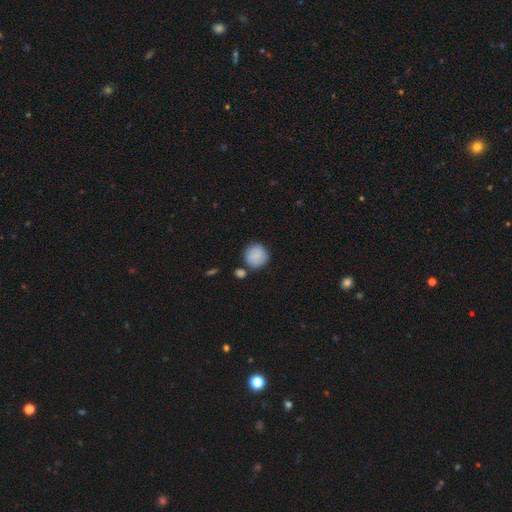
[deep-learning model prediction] A smooth galaxy with no disk features (86%) that is round (91%).

Vote fractions:
- Smooth or featured? smooth: 86% / star or artifact: 7% / featured or disk: 7%
- How rounded? round: 91% / in between: 8% / cigar-shaped: 1%
- Merging? none: 72% / minor disturbance: 14% / merger: 10% / major disturbance: 4%